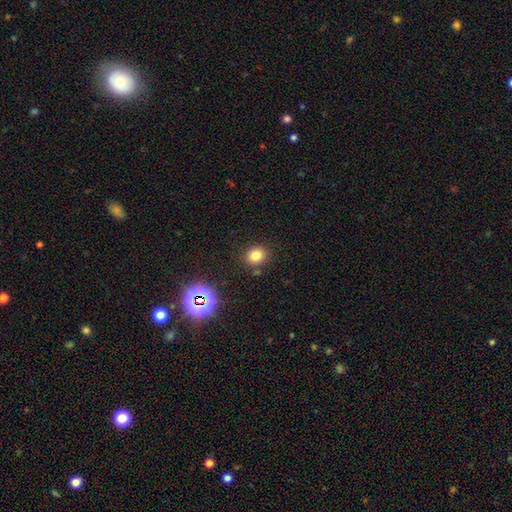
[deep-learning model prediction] A smooth galaxy with no disk features (77%) that is round (77%). Merging: none (84%).